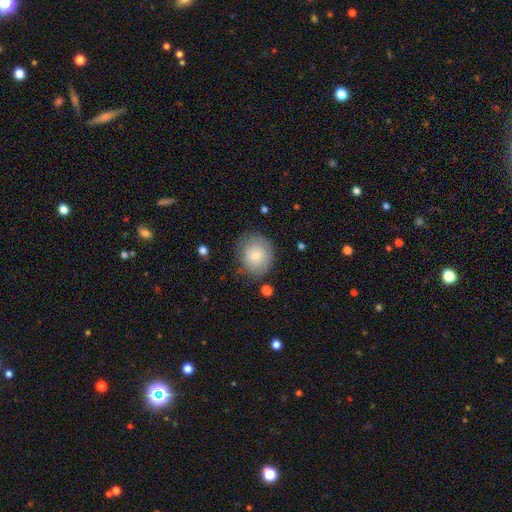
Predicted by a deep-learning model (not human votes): Smooth or featured? Predicted: smooth (p=0.77). How rounded? Predicted: round (p=0.72). Merging? Predicted: none (p=0.71).